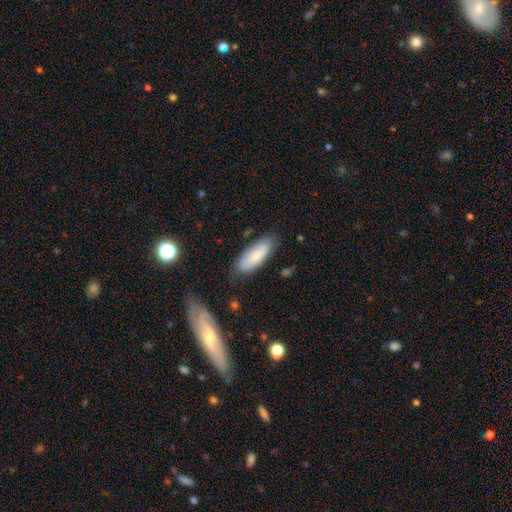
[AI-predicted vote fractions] A smooth galaxy with no disk features (77%) that is in between round and cigar-shaped (70%).

Vote fractions:
- Smooth or featured? smooth: 77% / featured or disk: 17% / star or artifact: 6%
- How rounded? in between: 70% / cigar-shaped: 29% / round: 2%
- Merging? none: 76% / minor disturbance: 17% / major disturbance: 4% / merger: 3%